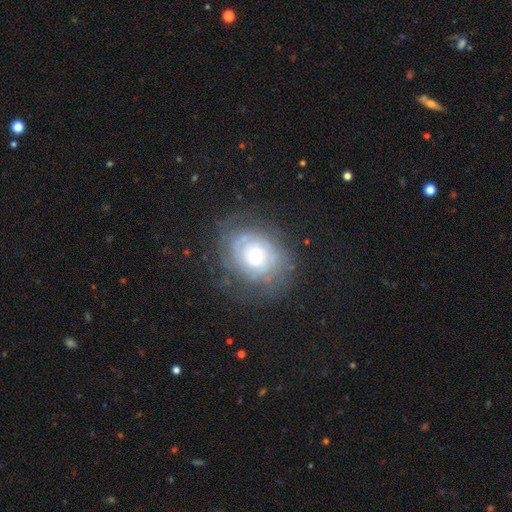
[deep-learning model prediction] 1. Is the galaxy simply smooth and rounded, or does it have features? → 74% featured or disk, 18% smooth, 8% star or artifact.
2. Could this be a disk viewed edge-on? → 97% no, 3% yes.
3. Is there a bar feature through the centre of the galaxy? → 73% no, 22% weak, 5% strong.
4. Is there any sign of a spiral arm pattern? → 82% yes, 18% no.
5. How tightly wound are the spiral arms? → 75% tight, 18% medium, 7% loose.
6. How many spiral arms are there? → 59% can't tell, 15% 2, 9% 3, 7% 4, 5% more than 4, 5% 1.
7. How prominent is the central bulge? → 47% moderate, 44% small, 6% large, 1% none, 1% dominant.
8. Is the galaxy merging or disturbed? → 71% none, 18% minor disturbance, 10% major disturbance, 1% merger.